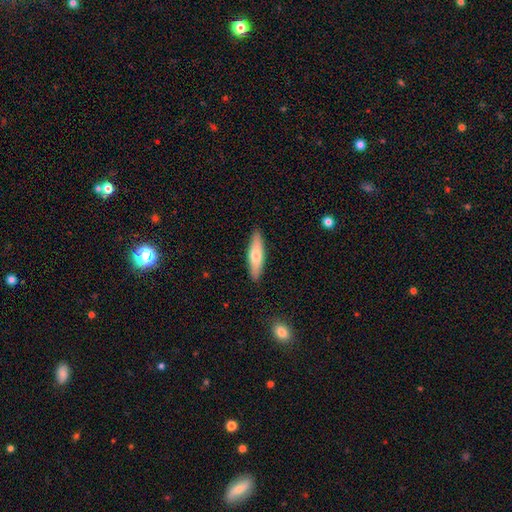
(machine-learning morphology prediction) Q: Smooth or featured?
A: smooth (65%); runner-up: featured or disk (30%)
Q: How rounded?
A: cigar-shaped (66%); runner-up: in between (32%)
Q: Merging?
A: none (89%); runner-up: minor disturbance (8%)